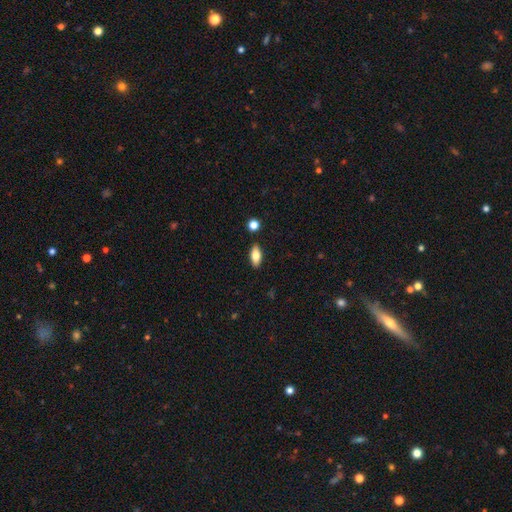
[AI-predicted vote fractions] smooth_or_featured: smooth (p=0.79) [alt: featured or disk p=0.14]
how_rounded: in between (p=0.88) [alt: cigar-shaped p=0.09]
merging: none (p=0.87) [alt: minor disturbance p=0.08]